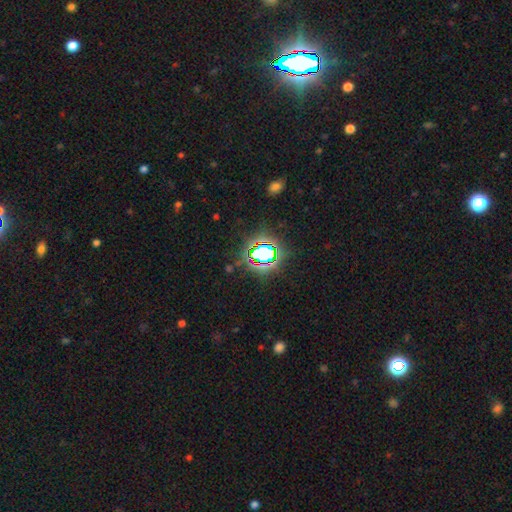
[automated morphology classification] Q: Smooth or featured?
A: star or artifact (76%); runner-up: smooth (15%)